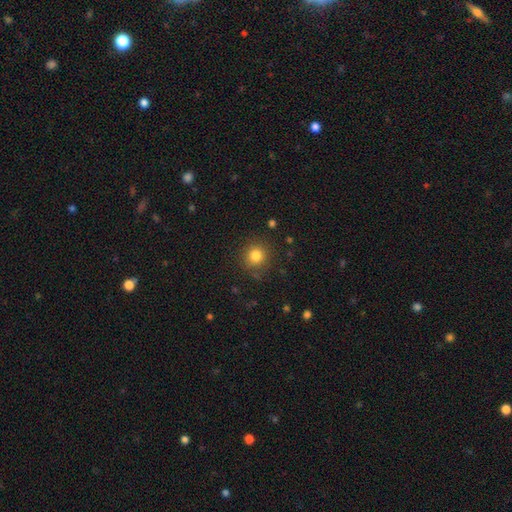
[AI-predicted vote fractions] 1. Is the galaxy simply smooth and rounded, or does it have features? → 82% smooth, 12% star or artifact, 6% featured or disk.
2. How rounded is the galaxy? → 91% round, 8% in between, 1% cigar-shaped.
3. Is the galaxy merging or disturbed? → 86% none, 9% minor disturbance, 4% major disturbance, 2% merger.